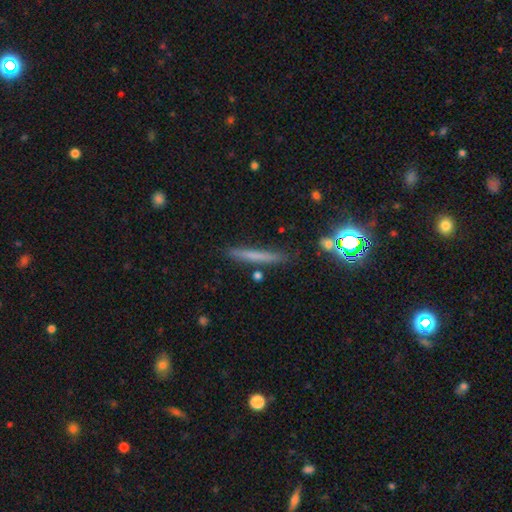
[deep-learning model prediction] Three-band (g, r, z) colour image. It shows a smooth galaxy with no disk features (59%) that is cigar-shaped (94%). Merging: none (86%).